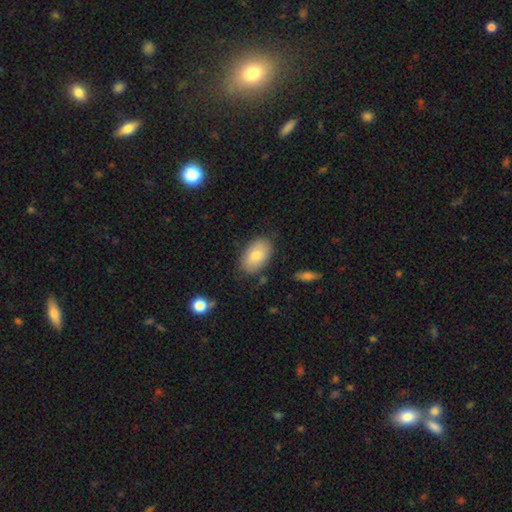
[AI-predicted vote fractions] A smooth galaxy with no disk features (79%) that is in between round and cigar-shaped (92%).

Vote fractions:
- Smooth or featured? smooth: 79% / featured or disk: 14% / star or artifact: 7%
- How rounded? in between: 92% / round: 6% / cigar-shaped: 1%
- Merging? none: 81% / minor disturbance: 14% / major disturbance: 3% / merger: 2%